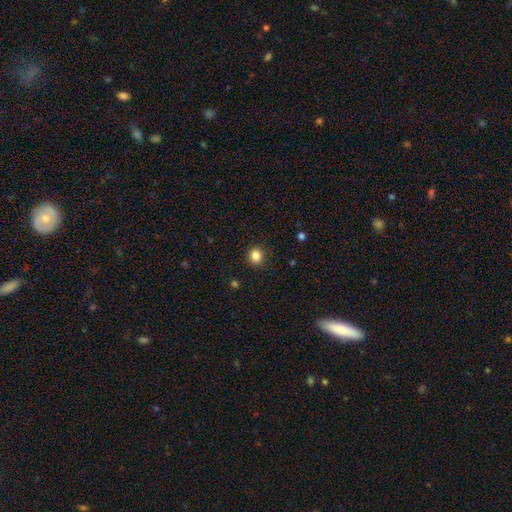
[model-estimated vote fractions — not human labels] Q: Smooth or featured?
A: smooth (85%); runner-up: star or artifact (12%)
Q: How rounded?
A: round (88%); runner-up: in between (11%)
Q: Merging?
A: none (91%); runner-up: minor disturbance (6%)